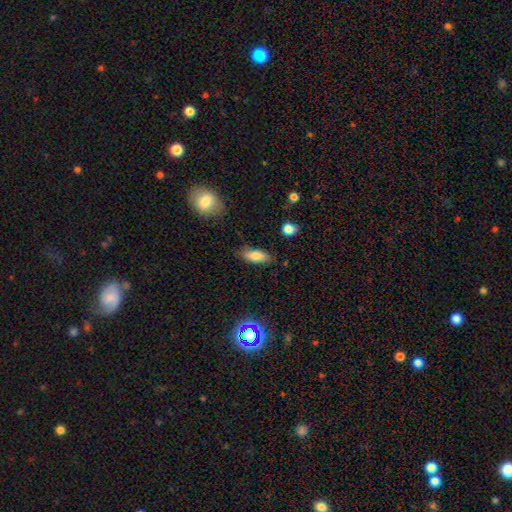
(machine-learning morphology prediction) A smooth galaxy with no disk features (78%) that is in between round and cigar-shaped (79%).

Vote fractions:
- Smooth or featured? smooth: 78% / featured or disk: 13% / star or artifact: 9%
- How rounded? in between: 79% / cigar-shaped: 19% / round: 3%
- Merging? none: 80% / minor disturbance: 15% / major disturbance: 3% / merger: 2%